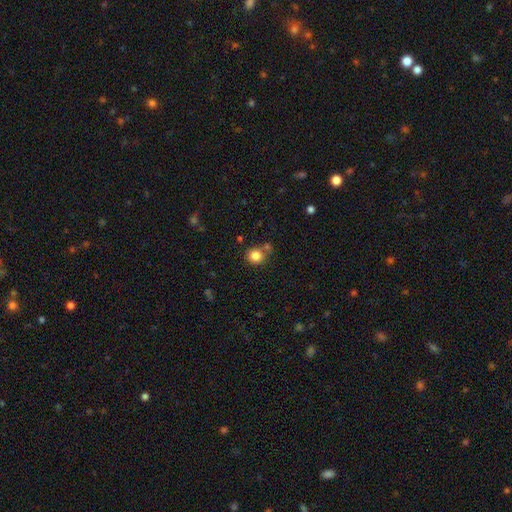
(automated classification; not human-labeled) smooth_or_featured: smooth (p=0.83) [alt: star or artifact p=0.11]
how_rounded: round (p=0.84) [alt: in between p=0.15]
merging: none (p=0.69) [alt: merger p=0.16]